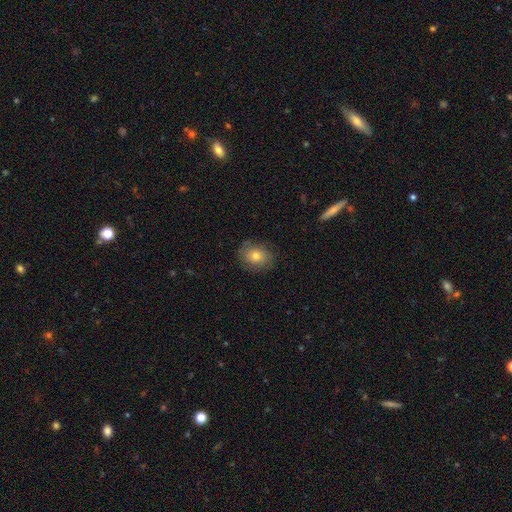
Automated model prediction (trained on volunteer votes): Q: Smooth or featured?
A: smooth (74%); runner-up: featured or disk (16%)
Q: How rounded?
A: round (54%); runner-up: in between (45%)
Q: Merging?
A: none (82%); runner-up: minor disturbance (14%)